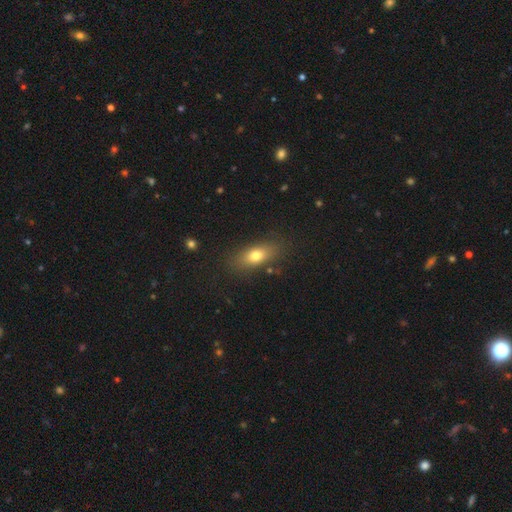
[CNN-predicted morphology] A smooth galaxy with no disk features (74%) that is in between round and cigar-shaped (77%).

Vote fractions:
- Smooth or featured? smooth: 74% / featured or disk: 17% / star or artifact: 9%
- How rounded? in between: 77% / cigar-shaped: 14% / round: 8%
- Merging? none: 81% / minor disturbance: 12% / major disturbance: 4% / merger: 2%